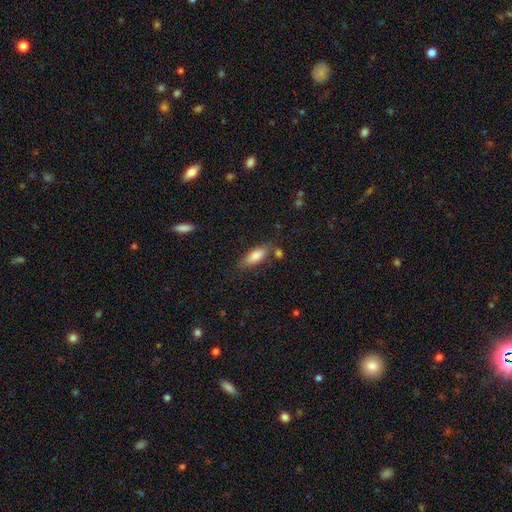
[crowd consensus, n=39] smooth_or_featured: smooth (p=0.69) [alt: featured or disk p=0.26]
how_rounded: in between (p=0.70) [alt: cigar-shaped p=0.30]
merging: none (p=0.78) [alt: minor disturbance p=0.16]